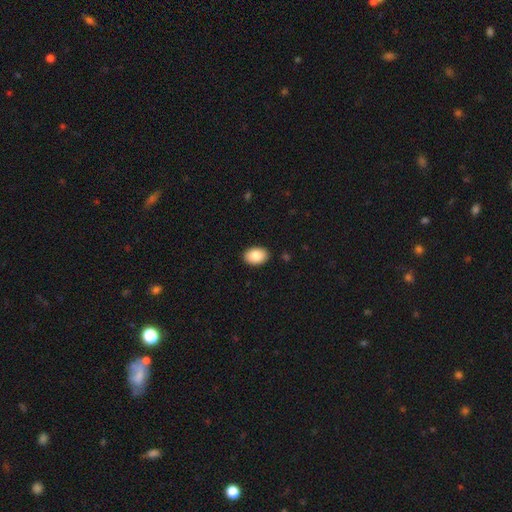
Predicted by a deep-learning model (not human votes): The model was most divided on "how rounded": in between: 83%, round: 16%, cigar-shaped: 1%. More confident: merging — none (90%); smooth or featured — smooth (85%).